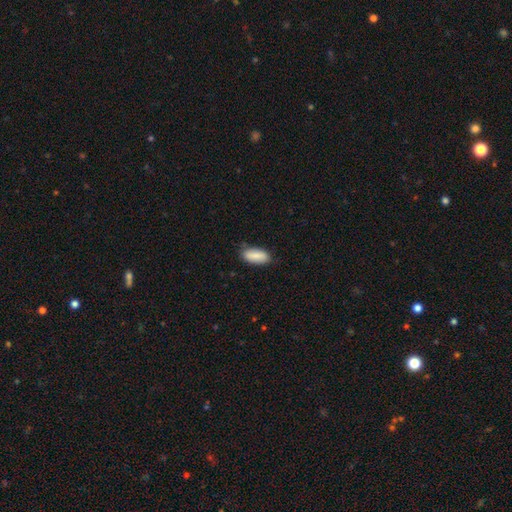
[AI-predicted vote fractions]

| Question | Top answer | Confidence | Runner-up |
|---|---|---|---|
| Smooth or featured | smooth | 86% | featured or disk (7%) |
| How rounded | in between | 85% | cigar-shaped (13%) |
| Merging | none | 79% | minor disturbance (17%) |